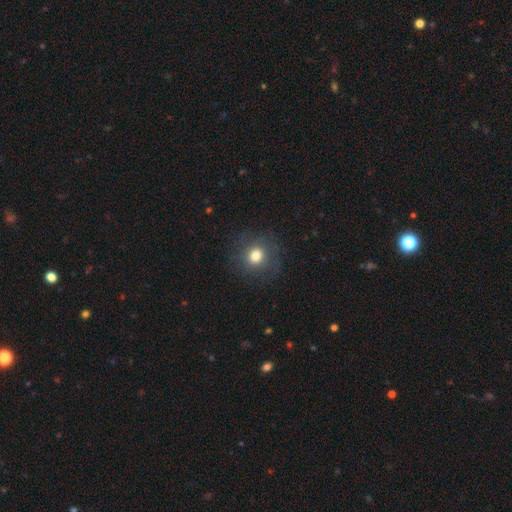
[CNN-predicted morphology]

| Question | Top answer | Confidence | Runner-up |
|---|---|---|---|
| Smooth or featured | smooth | 75% | star or artifact (12%) |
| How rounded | round | 85% | in between (14%) |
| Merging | none | 82% | minor disturbance (11%) |